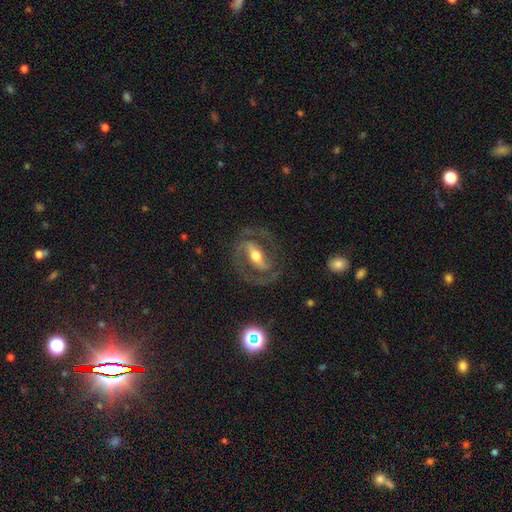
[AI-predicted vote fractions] featured or disk 86%, smooth 9%, star or artifact 5%. Down the decision tree: edge-on disk — no (93%); bar — strong (64%); spiral arms — yes (90%); spiral arm count — 2 (90%); spiral winding — medium (54%); bulge size — moderate (68%); merging — none (76%).